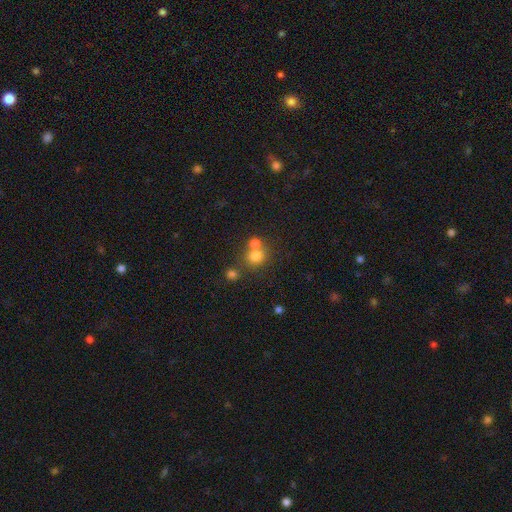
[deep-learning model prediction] smooth 76%, star or artifact 15%, featured or disk 10%. Down the decision tree: how rounded — round (82%); merging — none (51%).